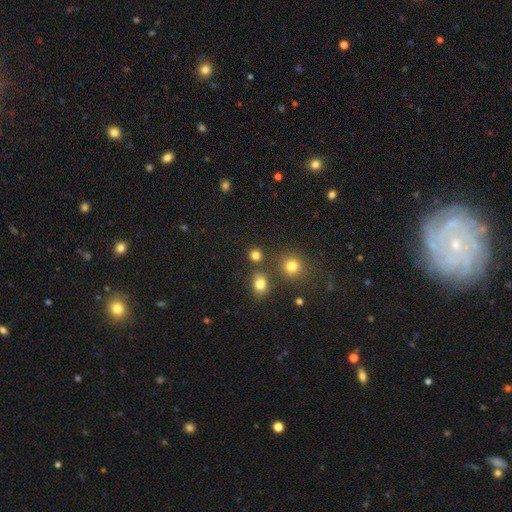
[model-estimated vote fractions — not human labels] Overall: smooth (79%). How rounded: round (84%). Merging: none (79%).